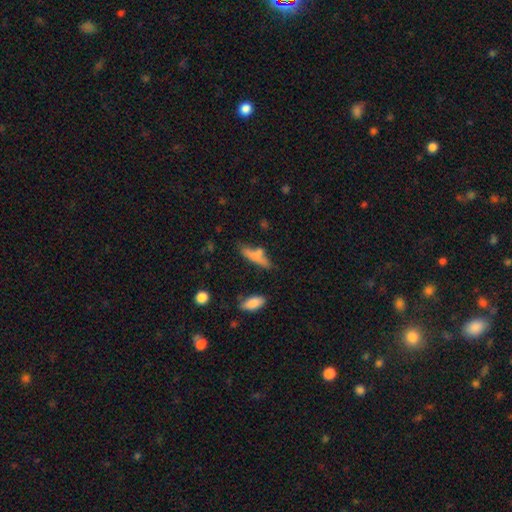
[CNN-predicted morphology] smooth-or-featured: smooth: 66% | featured or disk: 24% | star or artifact: 9%
  how-rounded: cigar-shaped: 60% | in between: 37% | round: 3%
  merging: none: 46% | minor disturbance: 23% | merger: 19% | major disturbance: 12%